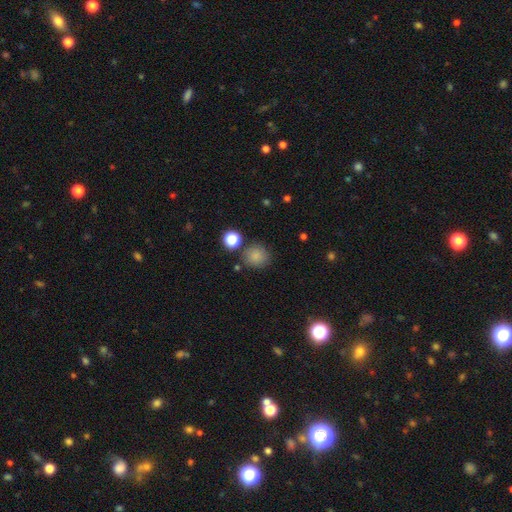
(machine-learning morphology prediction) smooth-or-featured: smooth: 83% | star or artifact: 12% | featured or disk: 5%
  how-rounded: round: 86% | in between: 13% | cigar-shaped: 1%
  merging: none: 79% | minor disturbance: 11% | merger: 6% | major disturbance: 4%